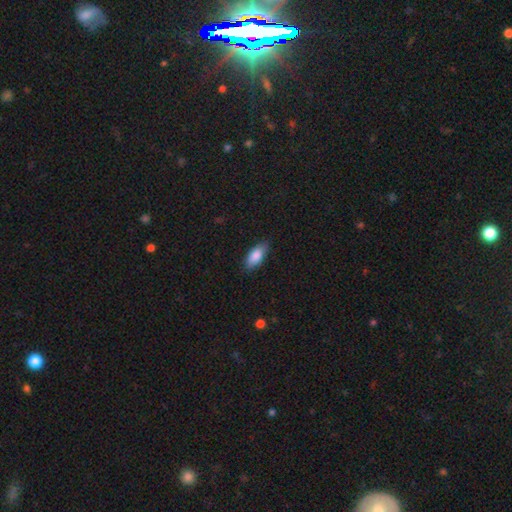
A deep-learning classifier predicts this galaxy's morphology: Smooth or featured: smooth — 85% (featured or disk — 9%)
How rounded: in between — 88% (cigar-shaped — 10%)
Merging: none — 81% (minor disturbance — 15%)